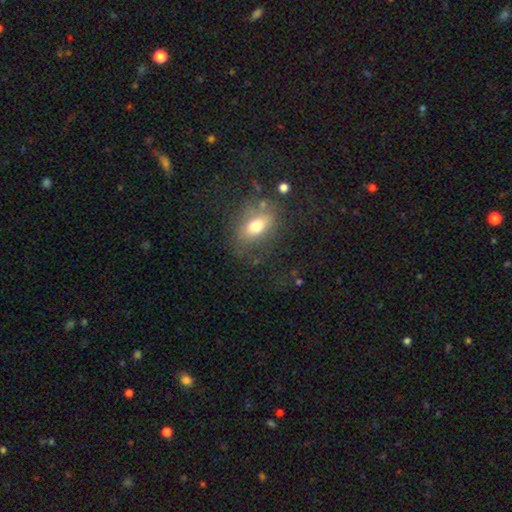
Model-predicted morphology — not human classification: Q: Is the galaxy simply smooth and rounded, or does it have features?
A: smooth — 42%.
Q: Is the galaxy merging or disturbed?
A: none — 70%.